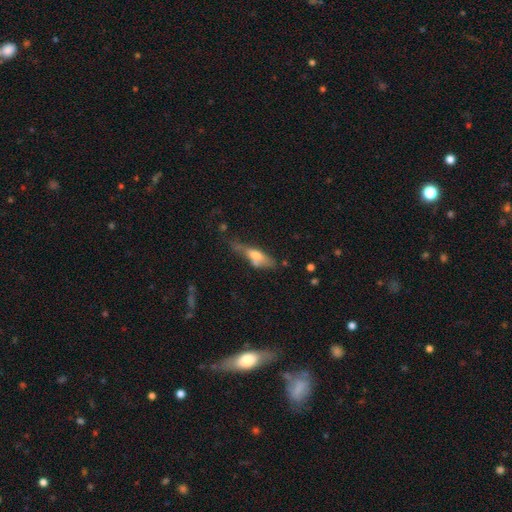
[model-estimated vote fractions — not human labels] Smooth or featured? smooth (55%)
How rounded? cigar-shaped (49%)
Merging? none (36%)